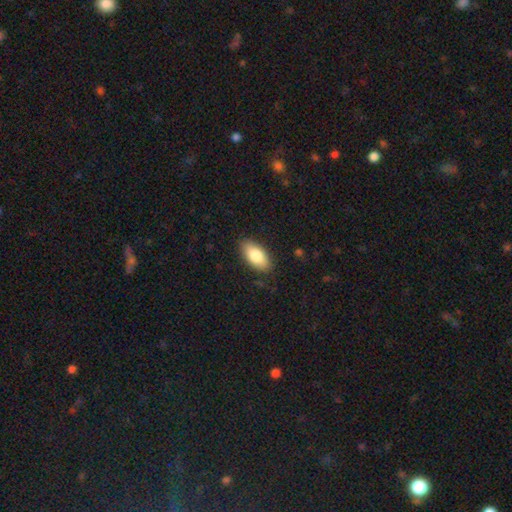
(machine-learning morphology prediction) This appears to be a smooth galaxy with no disk features (82%) that is in between round and cigar-shaped (91%). Merging: none (87%).